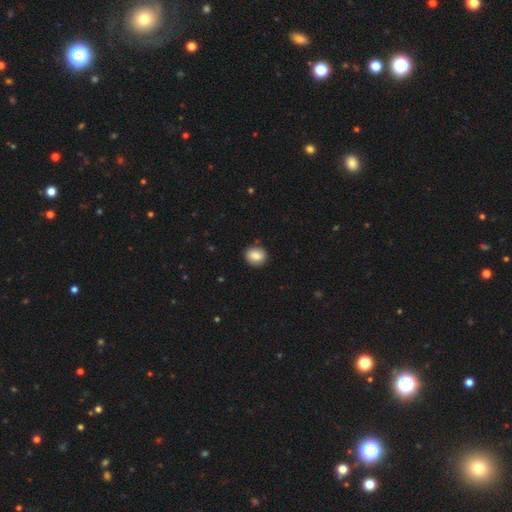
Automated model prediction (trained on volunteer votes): Smooth or featured: smooth — 84% (featured or disk — 8%)
How rounded: round — 73% (in between — 26%)
Merging: none — 89% (minor disturbance — 7%)